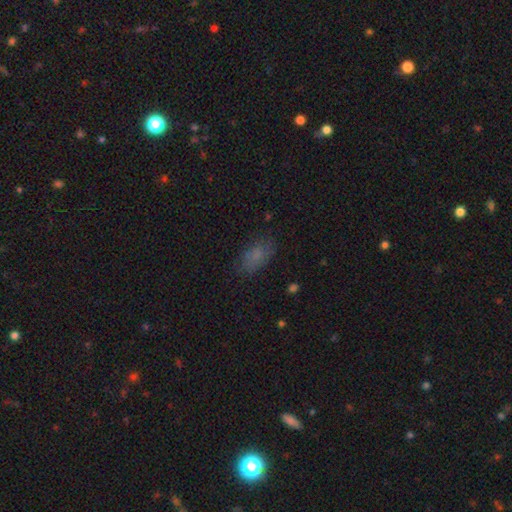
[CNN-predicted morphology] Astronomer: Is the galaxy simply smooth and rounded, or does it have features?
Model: smooth — 75%.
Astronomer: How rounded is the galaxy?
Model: in between — 90%.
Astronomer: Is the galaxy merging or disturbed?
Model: none — 75%.